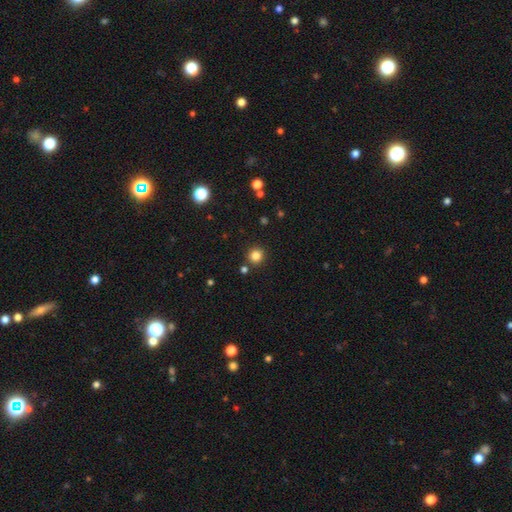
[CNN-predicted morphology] smooth-or-featured: smooth: 83% | star or artifact: 13% | featured or disk: 4%
  how-rounded: round: 92% | in between: 7% | cigar-shaped: 1%
  merging: none: 87% | minor disturbance: 6% | merger: 5% | major disturbance: 2%